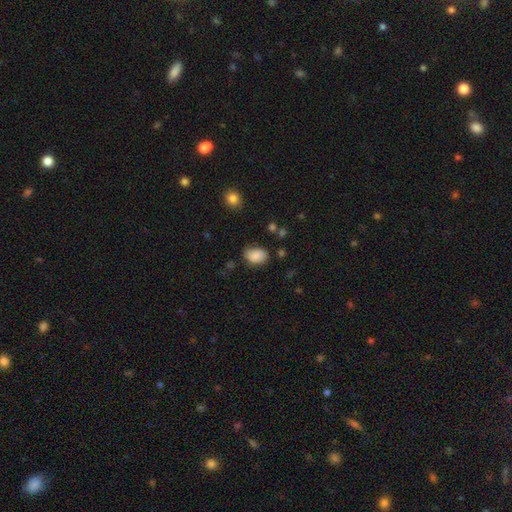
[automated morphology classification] type=smooth (82%); roundness=in between (80%); merging=none (70%).